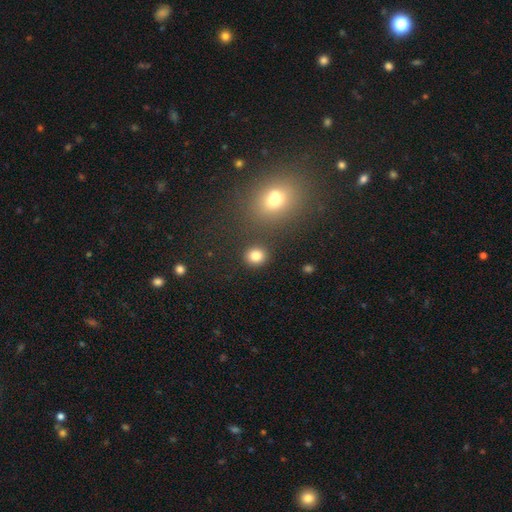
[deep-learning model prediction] smooth 82%, star or artifact 12%, featured or disk 6%. Down the decision tree: how rounded — round (78%); merging — none (85%).